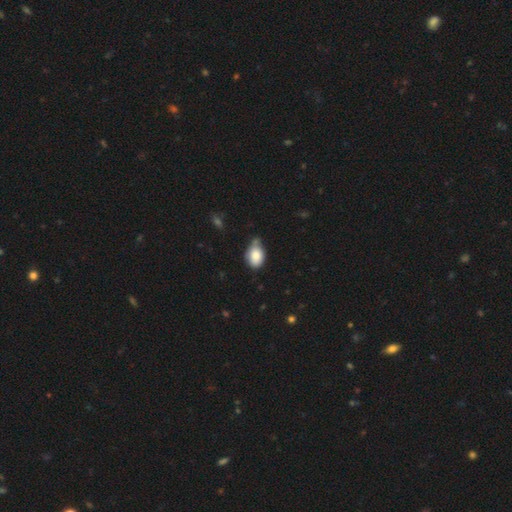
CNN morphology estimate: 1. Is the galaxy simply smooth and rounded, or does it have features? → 81% smooth, 11% featured or disk, 8% star or artifact.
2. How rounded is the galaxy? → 79% in between, 20% round, 1% cigar-shaped.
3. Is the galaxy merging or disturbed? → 43% minor disturbance, 41% none, 8% major disturbance, 8% merger.